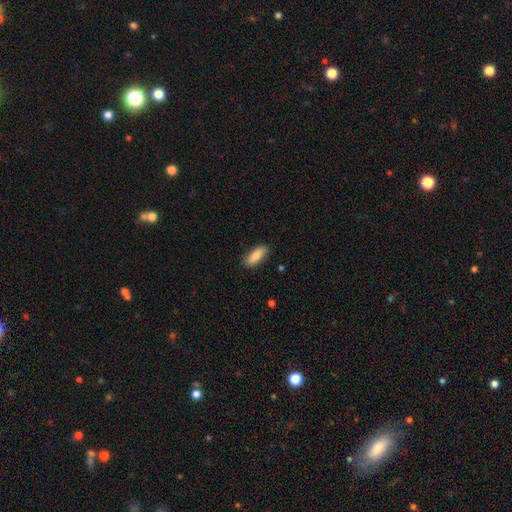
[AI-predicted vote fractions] The model was most divided on "how rounded": in between: 76%, cigar-shaped: 22%, round: 2%. More confident: smooth or featured — smooth (85%); merging — none (85%).